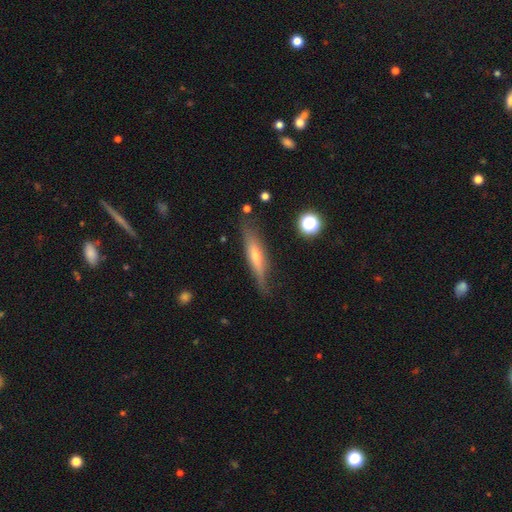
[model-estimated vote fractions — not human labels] Q: Smooth or featured?
A: featured or disk (54%); runner-up: smooth (39%)
Q: Edge-on disk?
A: yes (90%); runner-up: no (10%)
Q: Merging?
A: none (77%); runner-up: minor disturbance (17%)